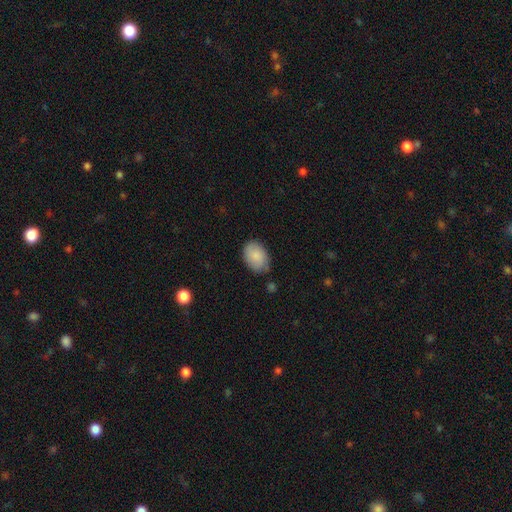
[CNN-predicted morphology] This appears to be a smooth galaxy with no disk features (85%) that is in between round and cigar-shaped (82%). Merging: none (74%).